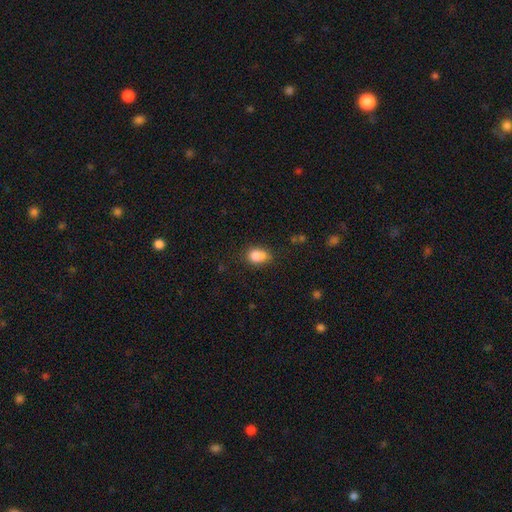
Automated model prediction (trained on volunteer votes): This appears to be a smooth galaxy with no disk features (80%) that is in between round and cigar-shaped (56%). Merging: none (49%).